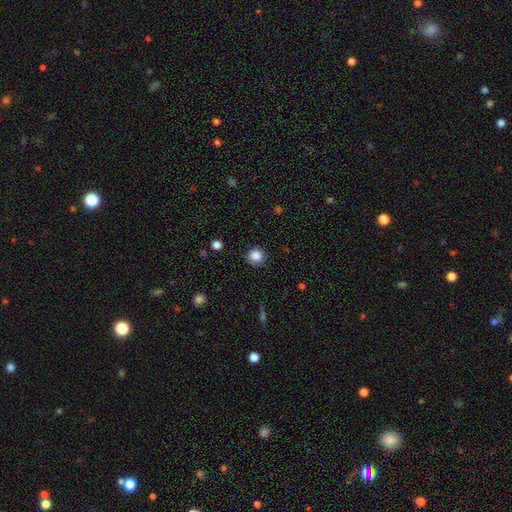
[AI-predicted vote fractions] smooth 85%, star or artifact 11%, featured or disk 4%. Down the decision tree: how rounded — round (88%); merging — none (83%).